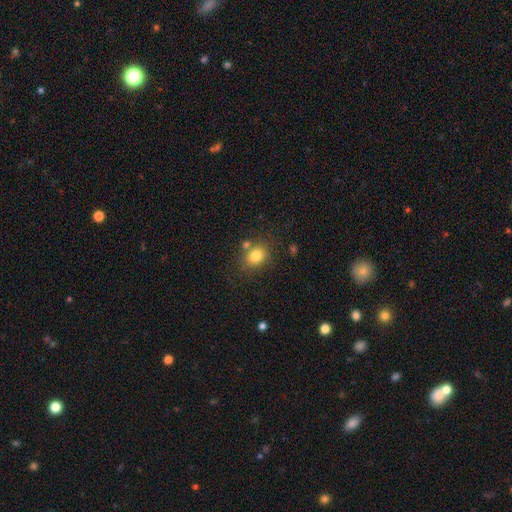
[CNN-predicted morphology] smooth 80%, star or artifact 11%, featured or disk 9%. Down the decision tree: how rounded — round (55%); merging — none (70%).